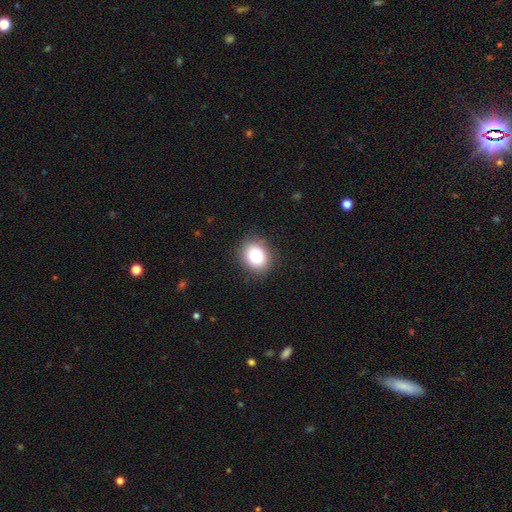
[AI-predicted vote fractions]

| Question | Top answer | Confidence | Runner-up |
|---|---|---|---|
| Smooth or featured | smooth | 82% | star or artifact (10%) |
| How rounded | round | 59% | in between (40%) |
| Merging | none | 87% | minor disturbance (9%) |